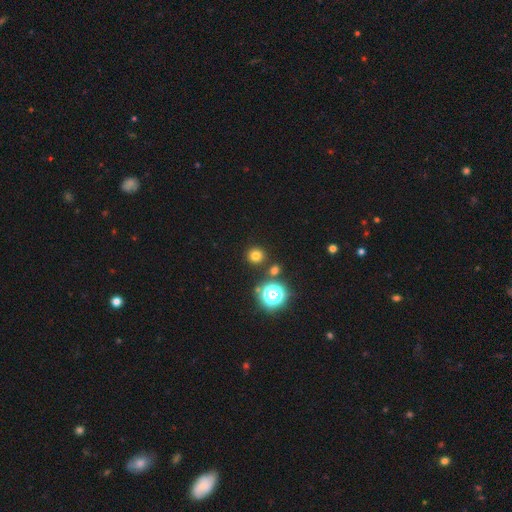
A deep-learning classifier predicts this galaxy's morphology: Q: Smooth or featured?
A: smooth (72%); runner-up: star or artifact (22%)
Q: How rounded?
A: round (92%); runner-up: in between (7%)
Q: Merging?
A: none (88%); runner-up: minor disturbance (6%)